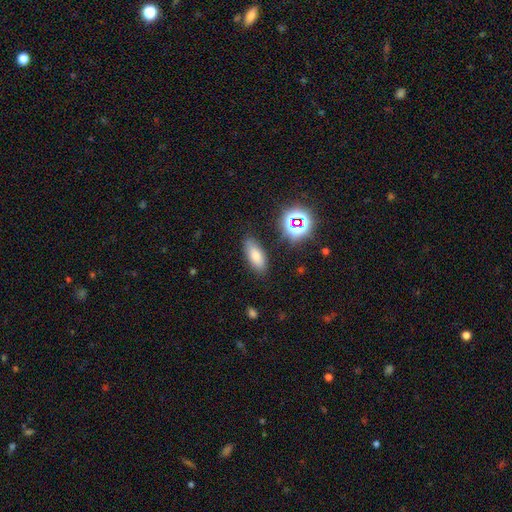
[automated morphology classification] type=smooth (71%); roundness=in between (77%); merging=none (83%).